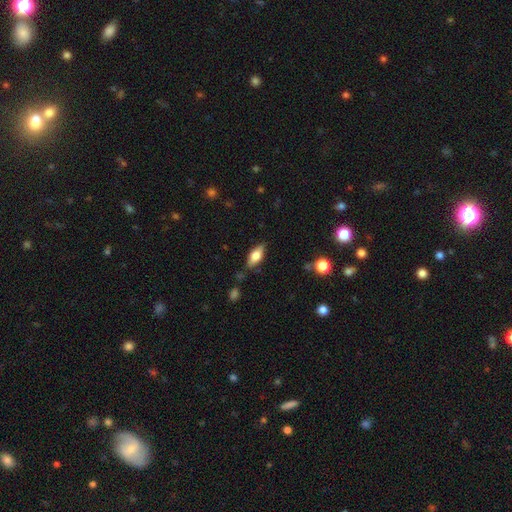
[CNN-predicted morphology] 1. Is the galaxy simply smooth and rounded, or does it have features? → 64% smooth, 29% featured or disk, 7% star or artifact.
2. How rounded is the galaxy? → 79% in between, 18% cigar-shaped, 3% round.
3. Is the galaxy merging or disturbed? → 78% none, 16% minor disturbance, 4% major disturbance, 3% merger.